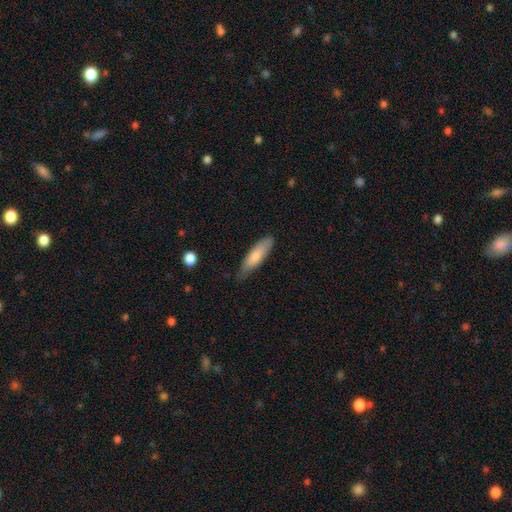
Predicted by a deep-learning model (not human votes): This is likely a smooth galaxy (76%). How rounded: possibly cigar-shaped (55%). Merging: likely none (69%).